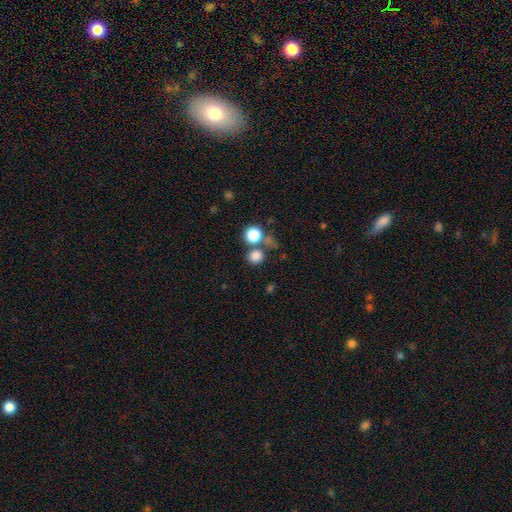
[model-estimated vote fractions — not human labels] A smooth galaxy with no disk features (80%) that is round (83%).

Vote fractions:
- Smooth or featured? smooth: 80% / star or artifact: 14% / featured or disk: 6%
- How rounded? round: 83% / in between: 16% / cigar-shaped: 1%
- Merging? none: 64% / merger: 22% / minor disturbance: 9% / major disturbance: 5%